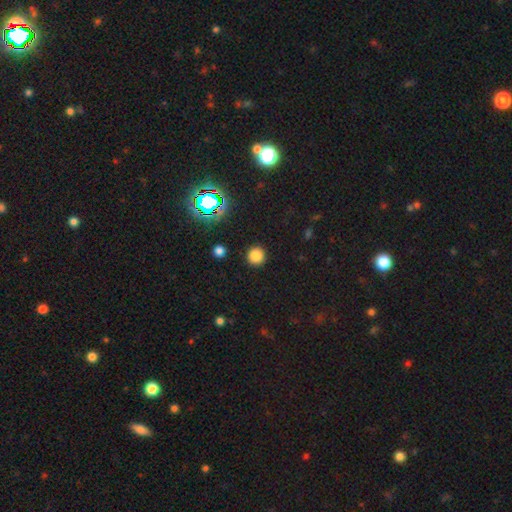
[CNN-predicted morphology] Smooth or featured? Predicted: smooth (p=0.79). How rounded? Predicted: round (p=0.94). Merging? Predicted: none (p=0.91).